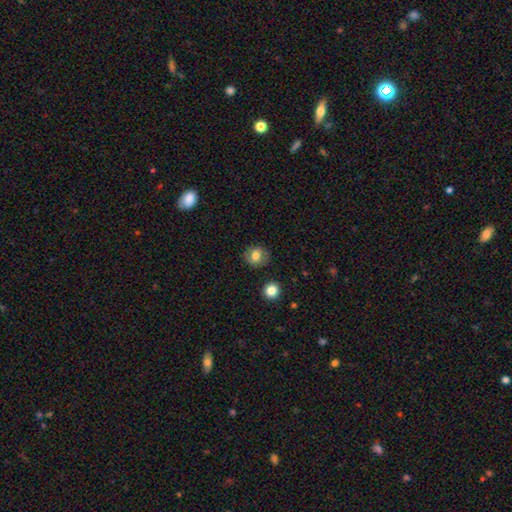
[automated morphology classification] Smooth or featured?
  - smooth: 73% *
  - featured or disk: 17%
  - star or artifact: 9%
How rounded?
  - round: 77% *
  - in between: 22%
  - cigar-shaped: 1%
Merging?
  - none: 82% *
  - minor disturbance: 12%
  - major disturbance: 4%
  - merger: 2%